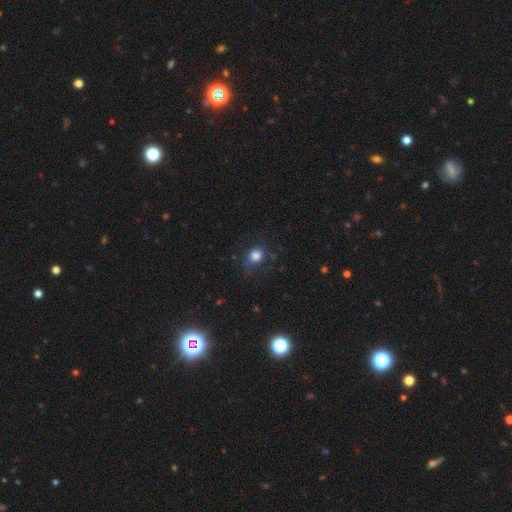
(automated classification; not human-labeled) smooth_or_featured: smooth (p=0.81) [alt: star or artifact p=0.11]
how_rounded: round (p=0.67) [alt: in between p=0.32]
merging: none (p=0.68) [alt: minor disturbance p=0.20]